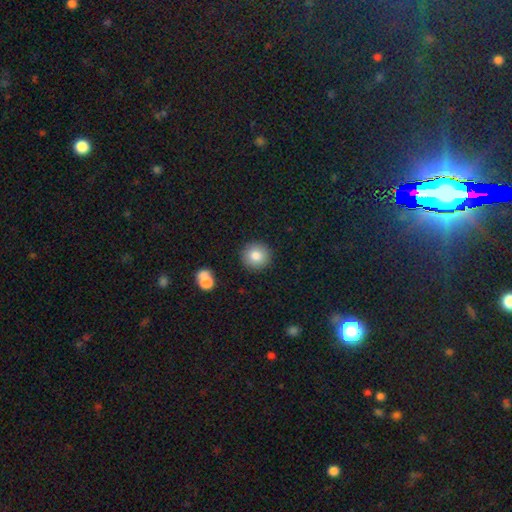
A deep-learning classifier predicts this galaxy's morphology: type=smooth (82%); roundness=round (94%); merging=none (91%).